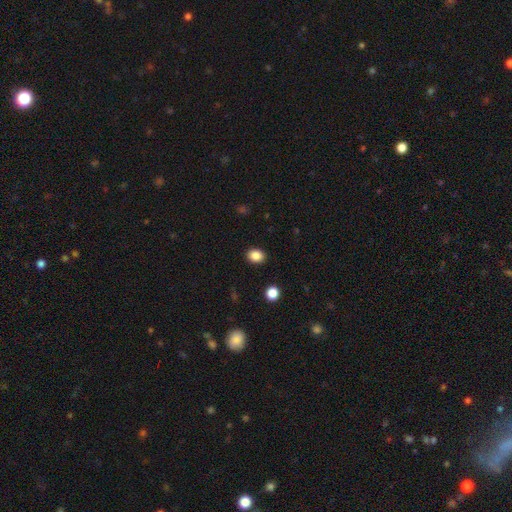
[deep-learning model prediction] A smooth galaxy with no disk features (86%) that is in between round and cigar-shaped (60%).

Vote fractions:
- Smooth or featured? smooth: 86% / star or artifact: 10% / featured or disk: 4%
- How rounded? in between: 60% / round: 39% / cigar-shaped: 1%
- Merging? none: 90% / minor disturbance: 7% / major disturbance: 2% / merger: 1%